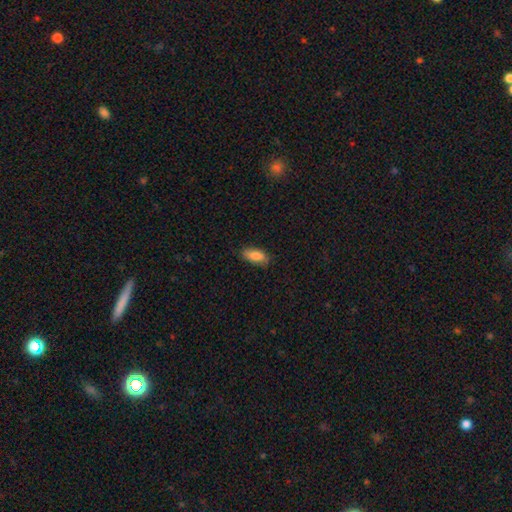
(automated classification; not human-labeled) Smooth or featured: smooth — 87% (star or artifact — 7%)
How rounded: in between — 84% (cigar-shaped — 13%)
Merging: none — 81% (minor disturbance — 15%)